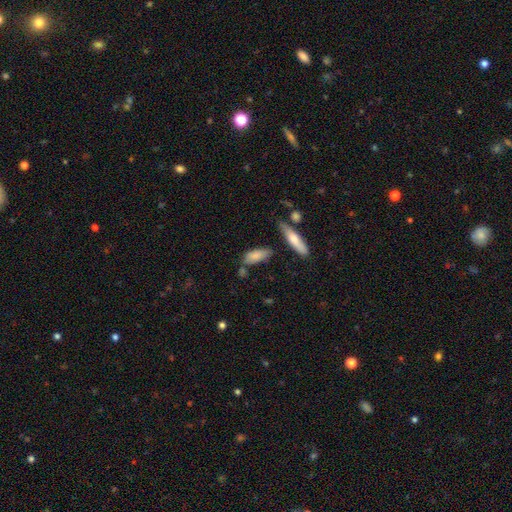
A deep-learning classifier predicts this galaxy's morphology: Overall: smooth (80%). How rounded: in between (69%). Merging: none (57%; minor disturbance 24%).